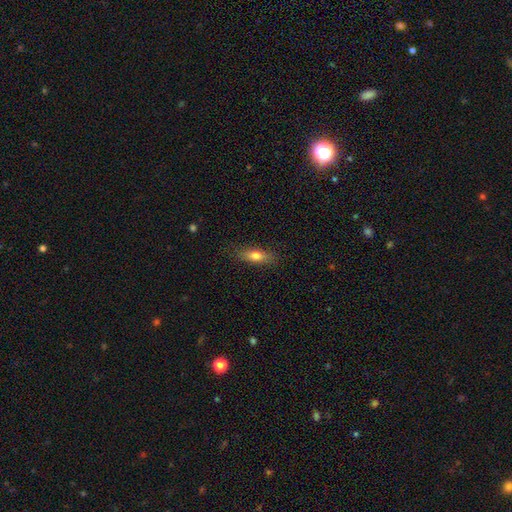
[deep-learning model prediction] Q: Smooth or featured?
A: smooth (72%); runner-up: featured or disk (20%)
Q: How rounded?
A: in between (58%); runner-up: cigar-shaped (38%)
Q: Merging?
A: none (81%); runner-up: minor disturbance (14%)